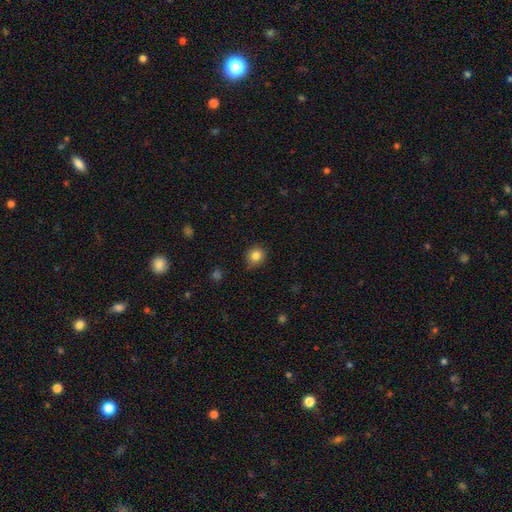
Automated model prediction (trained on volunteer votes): smooth 84%, star or artifact 10%, featured or disk 6%. Down the decision tree: how rounded — round (84%); merging — none (84%).